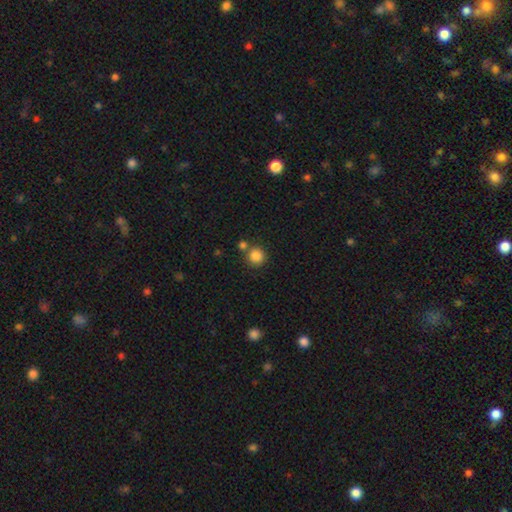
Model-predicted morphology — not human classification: Overall: smooth (85%). How rounded: round (92%). Merging: none (70%).